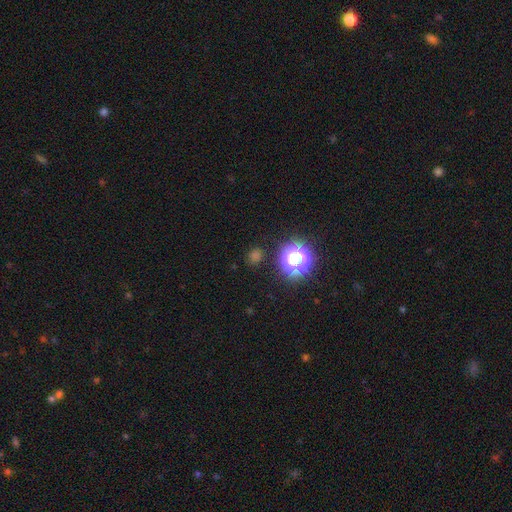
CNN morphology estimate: Q: Smooth or featured?
A: star or artifact (50%); runner-up: smooth (43%)